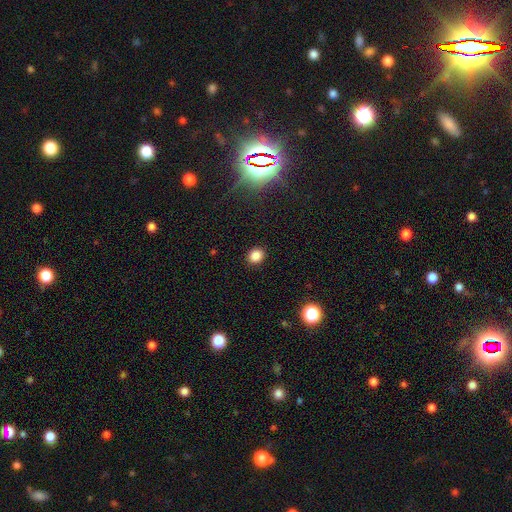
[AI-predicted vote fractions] Smooth or featured: smooth — 85% (star or artifact — 11%)
How rounded: round — 59% (in between — 39%)
Merging: none — 90% (minor disturbance — 7%)